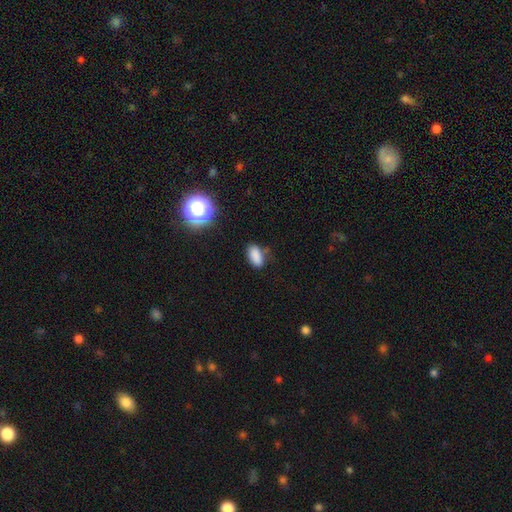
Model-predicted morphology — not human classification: Smooth or featured? Predicted: smooth (p=0.84). How rounded? Predicted: in between (p=0.89). Merging? Predicted: none (p=0.75).